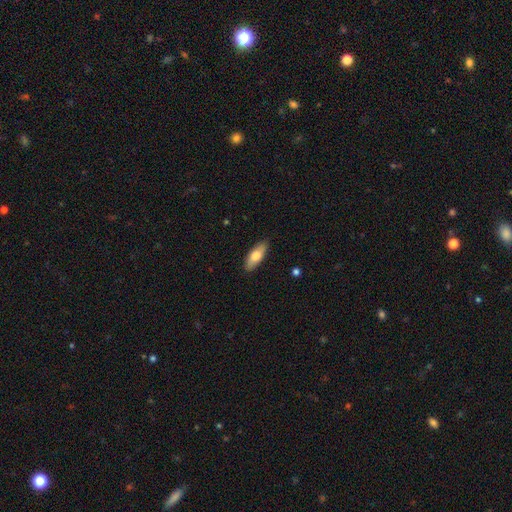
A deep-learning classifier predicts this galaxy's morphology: Smooth or featured? smooth (73%)
How rounded? in between (74%)
Merging? none (87%)